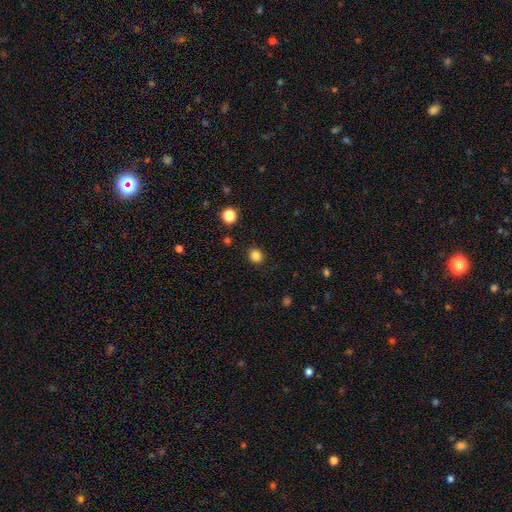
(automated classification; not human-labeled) Q: Smooth or featured?
A: smooth (83%); runner-up: star or artifact (13%)
Q: How rounded?
A: round (87%); runner-up: in between (12%)
Q: Merging?
A: none (90%); runner-up: minor disturbance (6%)